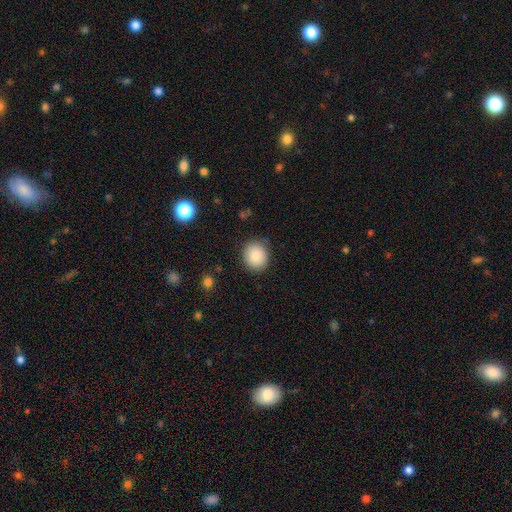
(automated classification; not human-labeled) This appears to be a smooth galaxy with no disk features (87%) that is round (74%). Merging: none (86%).